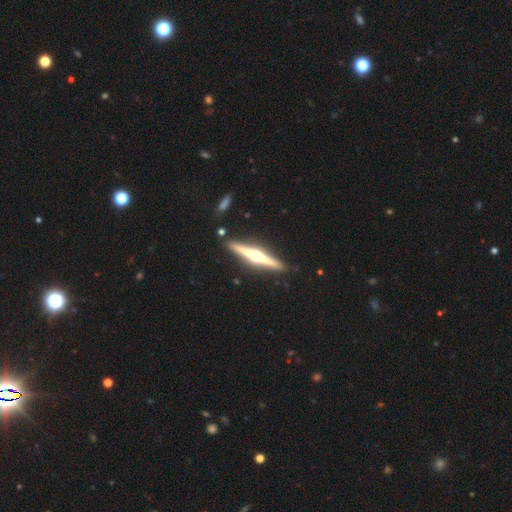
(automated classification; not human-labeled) Overall: featured or disk (81%). Edge-on disk: yes (98%). Edge-on bulge: rounded (94%). Merging: none (90%).